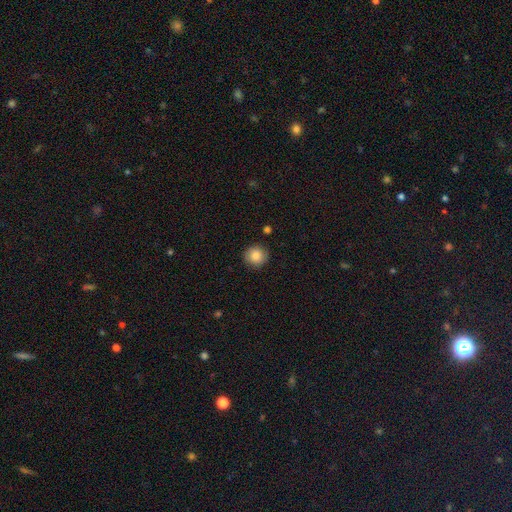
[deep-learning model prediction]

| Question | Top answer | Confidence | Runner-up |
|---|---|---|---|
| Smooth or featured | smooth | 86% | star or artifact (9%) |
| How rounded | round | 92% | in between (7%) |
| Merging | none | 89% | minor disturbance (8%) |